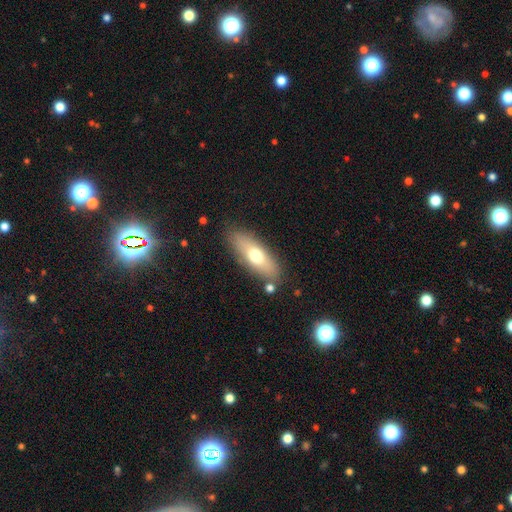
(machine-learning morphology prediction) Smooth or featured? smooth (63%)
How rounded? in between (62%)
Merging? none (81%)